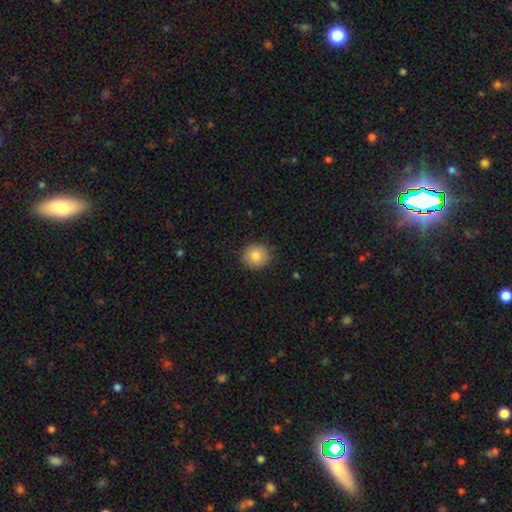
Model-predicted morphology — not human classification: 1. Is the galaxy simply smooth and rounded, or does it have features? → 84% smooth, 9% star or artifact, 7% featured or disk.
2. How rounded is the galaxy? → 86% round, 13% in between, 1% cigar-shaped.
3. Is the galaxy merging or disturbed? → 89% none, 8% minor disturbance, 2% major disturbance, 1% merger.